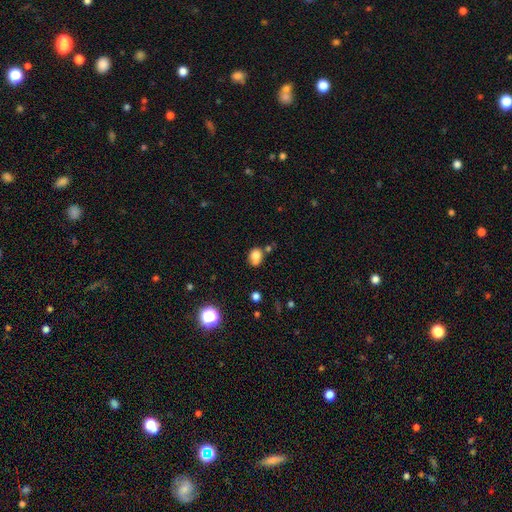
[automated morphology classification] Smooth or featured?
  - smooth: 78% *
  - star or artifact: 12%
  - featured or disk: 10%
How rounded?
  - in between: 55% *
  - round: 44%
  - cigar-shaped: 1%
Merging?
  - none: 51% *
  - minor disturbance: 25%
  - merger: 16%
  - major disturbance: 8%